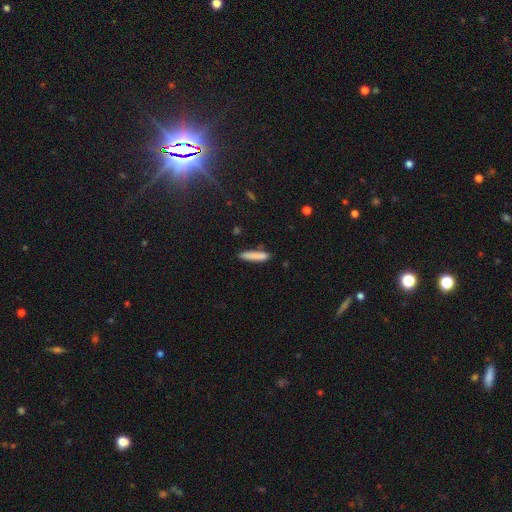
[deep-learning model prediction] Smooth or featured? Predicted: smooth (p=0.84). How rounded? Predicted: cigar-shaped (p=0.88). Merging? Predicted: none (p=0.82).